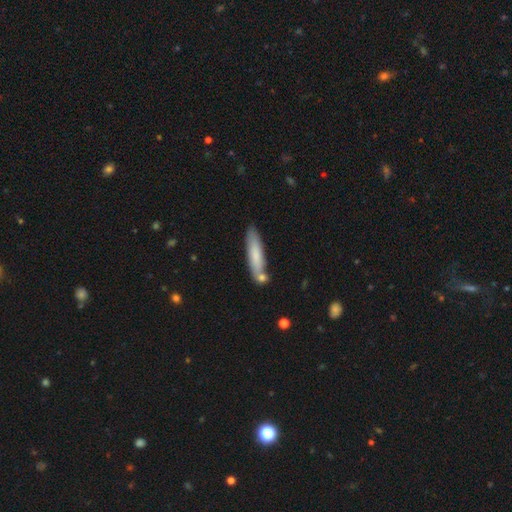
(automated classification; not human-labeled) Overall: smooth (73%). How rounded: cigar-shaped (83%). Merging: none (73%).